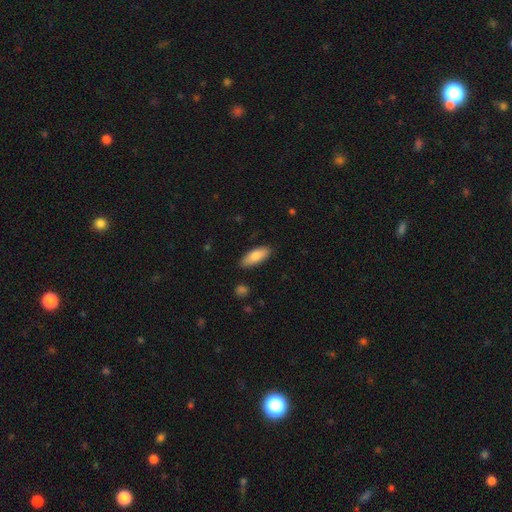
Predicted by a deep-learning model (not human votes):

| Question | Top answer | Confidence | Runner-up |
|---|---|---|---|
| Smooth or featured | smooth | 83% | featured or disk (11%) |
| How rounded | in between | 75% | cigar-shaped (23%) |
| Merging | none | 86% | minor disturbance (10%) |